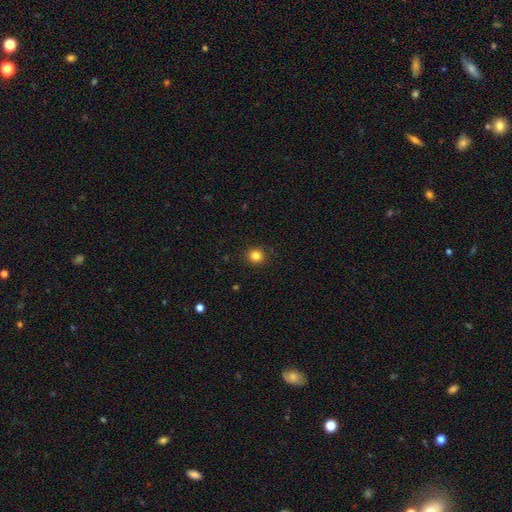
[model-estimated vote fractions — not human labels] The model was most divided on "smooth or featured": smooth: 83%, star or artifact: 12%, featured or disk: 5%. More confident: merging — none (92%); how rounded — round (92%).